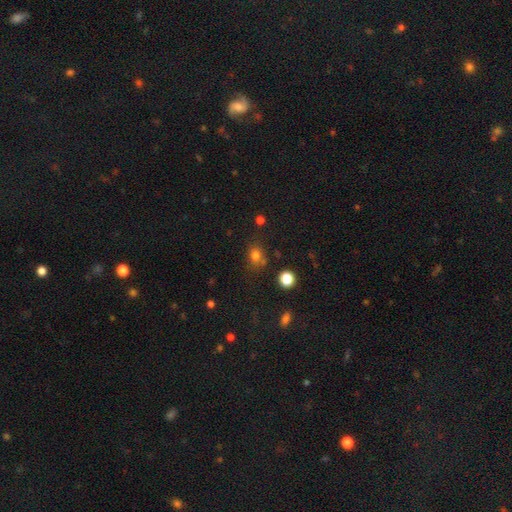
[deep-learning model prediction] Smooth or featured?
  - smooth: 76% *
  - star or artifact: 17%
  - featured or disk: 7%
How rounded?
  - round: 62% *
  - in between: 37%
  - cigar-shaped: 1%
Merging?
  - none: 69% *
  - minor disturbance: 16%
  - merger: 10%
  - major disturbance: 6%